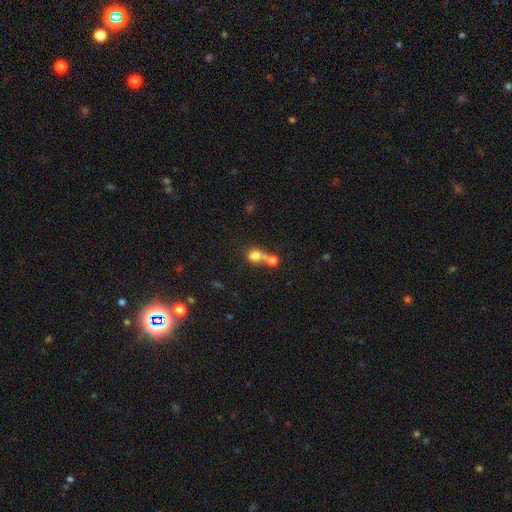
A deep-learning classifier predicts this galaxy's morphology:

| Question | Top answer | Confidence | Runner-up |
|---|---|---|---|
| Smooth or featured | smooth | 74% | featured or disk (14%) |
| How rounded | round | 68% | in between (30%) |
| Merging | merger | 57% | none (29%) |